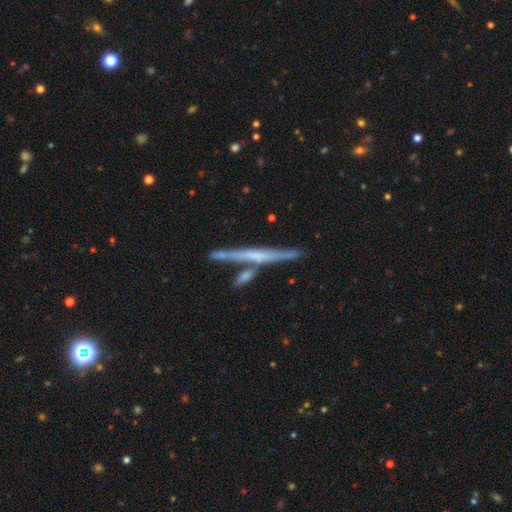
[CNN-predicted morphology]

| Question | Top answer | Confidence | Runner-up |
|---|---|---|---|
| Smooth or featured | featured or disk | 63% | smooth (31%) |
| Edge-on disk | yes | 96% | no (4%) |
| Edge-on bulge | none | 67% | rounded (22%) |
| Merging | none | 74% | merger (13%) |